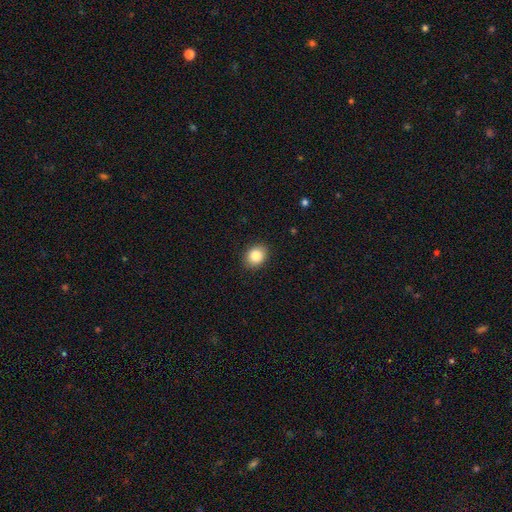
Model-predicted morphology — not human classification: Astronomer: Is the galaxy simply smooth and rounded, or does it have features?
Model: smooth — 86%.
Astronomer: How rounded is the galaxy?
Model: round — 53% (runner-up: in between, 46%).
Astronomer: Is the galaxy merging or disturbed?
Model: none — 89%.